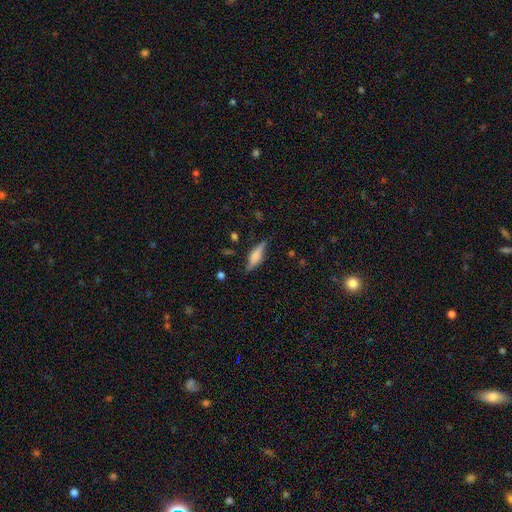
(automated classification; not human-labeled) The model was most divided on "how rounded": in between: 49%, cigar-shaped: 48%, round: 3%. More confident: merging — none (70%); smooth or featured — smooth (51%).